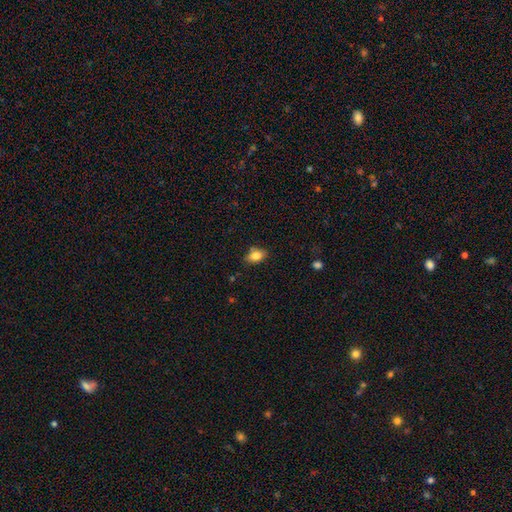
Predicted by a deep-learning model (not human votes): Smooth or featured? Predicted: smooth (p=0.80). How rounded? Predicted: in between (p=0.85). Merging? Predicted: none (p=0.76).